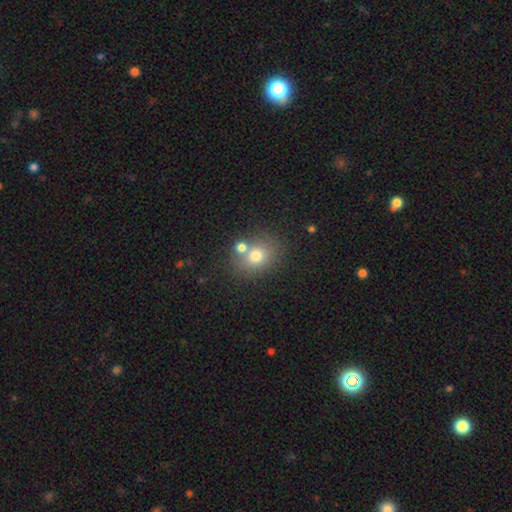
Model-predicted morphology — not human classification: smooth_or_featured: smooth (p=0.73) [alt: featured or disk p=0.14]
how_rounded: round (p=0.61) [alt: in between p=0.38]
merging: none (p=0.61) [alt: merger p=0.25]